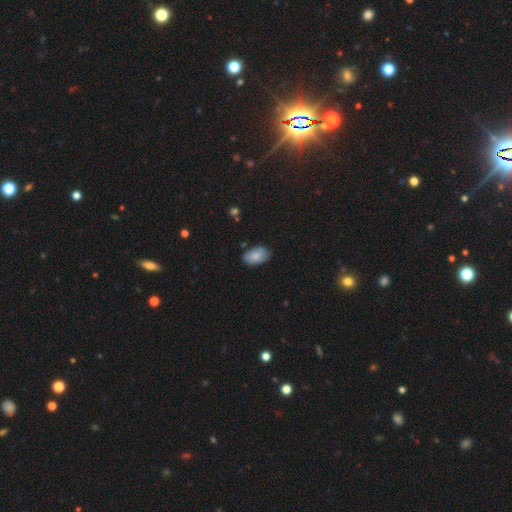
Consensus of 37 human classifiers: Smooth or featured? 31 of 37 (84%) said smooth. How rounded? 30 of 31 (97%) said in between. Merging? 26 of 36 (72%) said none.